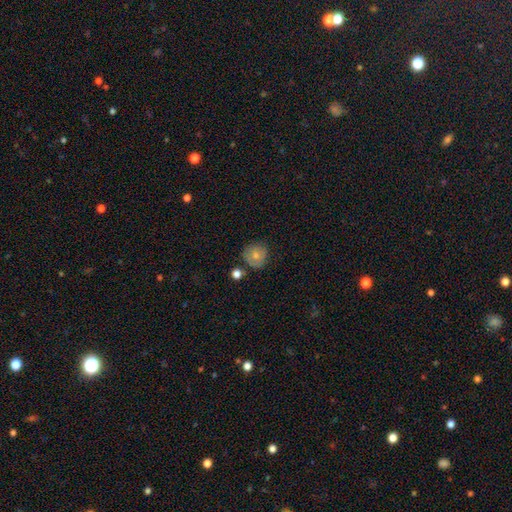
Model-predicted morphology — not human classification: smooth 70%, featured or disk 21%, star or artifact 9%. Down the decision tree: how rounded — round (90%); merging — none (73%).